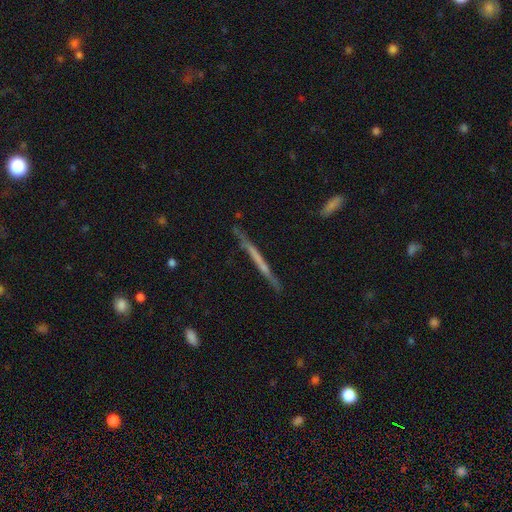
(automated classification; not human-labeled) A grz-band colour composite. It shows a featured or disk galaxy (59%) viewed edge-on (96%) with no central bulge (81%). Merging: none (82%).